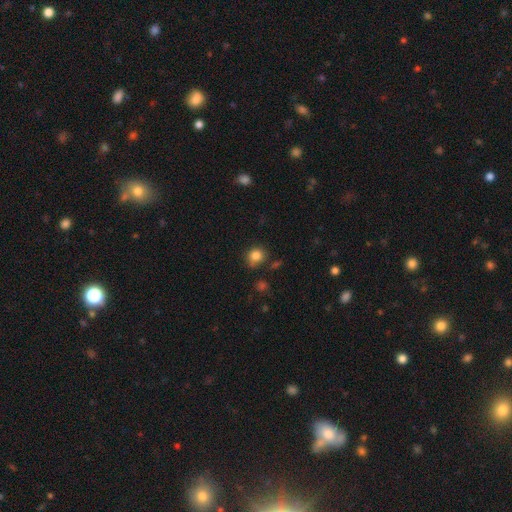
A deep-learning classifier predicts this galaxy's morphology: smooth-or-featured: smooth: 83% | star or artifact: 11% | featured or disk: 5%
  how-rounded: round: 81% | in between: 18% | cigar-shaped: 1%
  merging: none: 75% | minor disturbance: 16% | merger: 5% | major disturbance: 4%